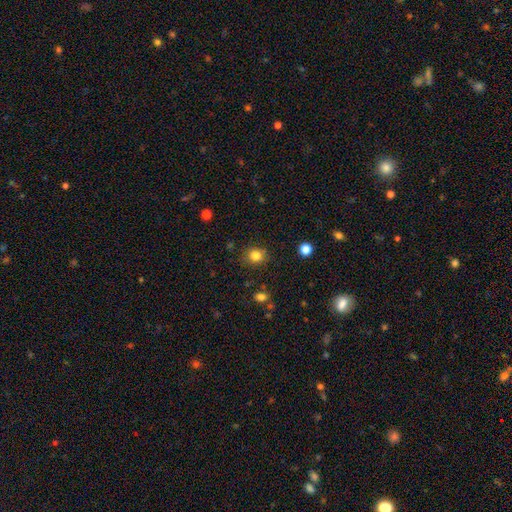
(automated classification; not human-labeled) The model was most divided on "how rounded": round: 77%, in between: 22%, cigar-shaped: 1%. More confident: merging — none (85%); smooth or featured — smooth (82%).